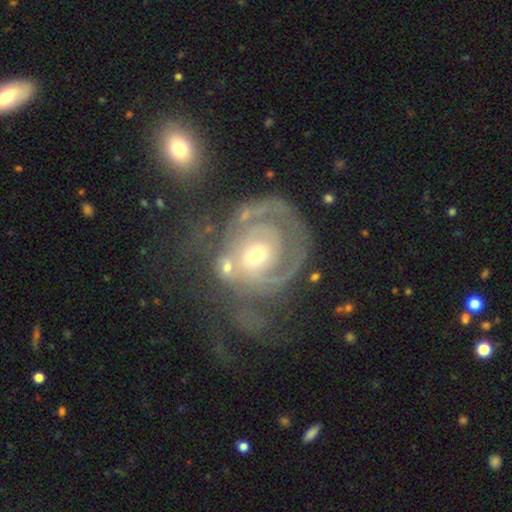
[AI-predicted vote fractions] The model was most divided on "bulge size": moderate: 48%, small: 46%, large: 4%, none: 1%, dominant: 1%. Remaining: edge-on disk — no (97%); spiral arms — yes (83%); smooth or featured — featured or disk (82%); bar — no (73%); spiral winding — tight (65%); merging — none (38%); spiral arm count — can't tell (33%).